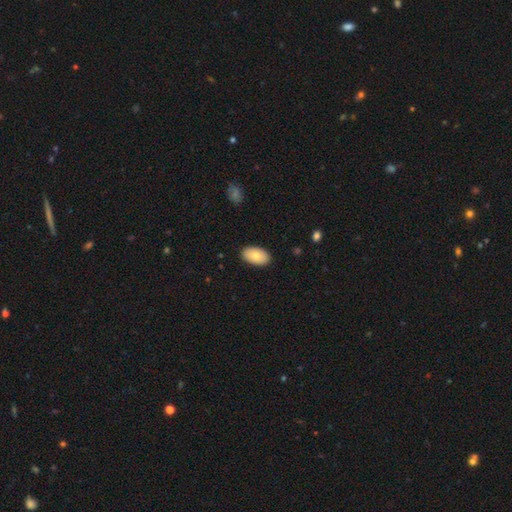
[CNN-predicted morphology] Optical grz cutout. It shows a smooth galaxy with no disk features (79%) that is in between round and cigar-shaped (95%). Merging: none (88%).